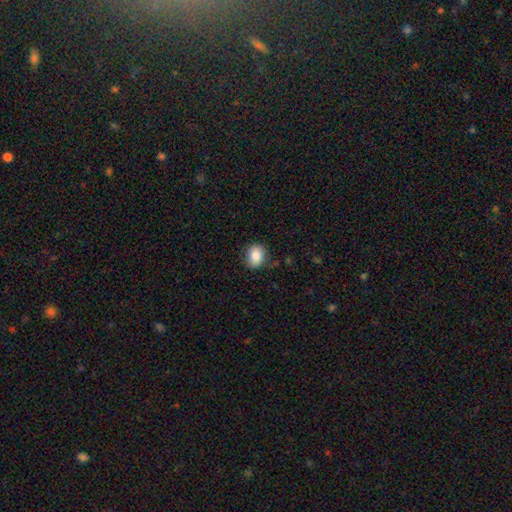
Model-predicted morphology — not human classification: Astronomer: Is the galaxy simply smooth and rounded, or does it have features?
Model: smooth — 83%.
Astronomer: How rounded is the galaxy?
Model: in between — 53% (runner-up: round, 46%).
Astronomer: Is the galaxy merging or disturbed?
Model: none — 79%.